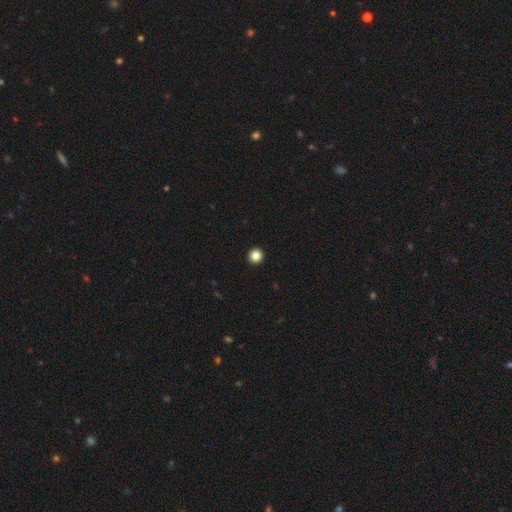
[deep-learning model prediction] Smooth or featured?
  - smooth: 85% *
  - star or artifact: 11%
  - featured or disk: 4%
How rounded?
  - round: 96% *
  - in between: 3%
  - cigar-shaped: 1%
Merging?
  - none: 95% *
  - minor disturbance: 3%
  - major disturbance: 1%
  - merger: 1%